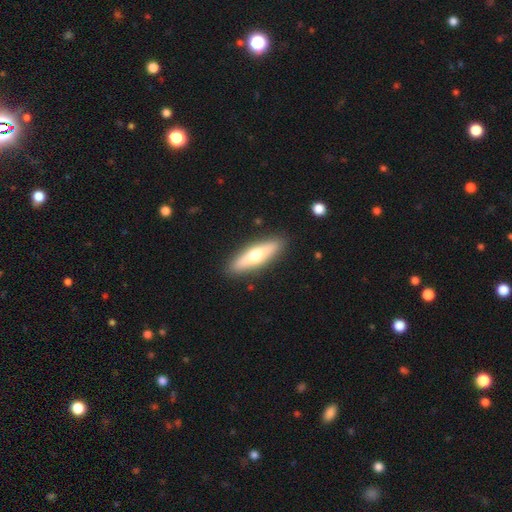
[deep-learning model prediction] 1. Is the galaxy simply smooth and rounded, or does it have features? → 52% smooth, 43% featured or disk, 6% star or artifact.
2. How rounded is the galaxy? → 63% cigar-shaped, 34% in between, 2% round.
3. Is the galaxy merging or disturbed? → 89% none, 8% minor disturbance, 2% major disturbance, 1% merger.